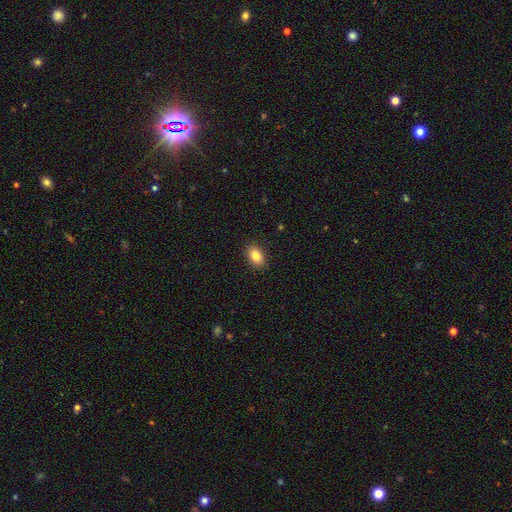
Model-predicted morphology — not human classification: A smooth galaxy with no disk features (85%) that is in between round and cigar-shaped (85%).

Vote fractions:
- Smooth or featured? smooth: 85% / star or artifact: 8% / featured or disk: 6%
- How rounded? in between: 85% / round: 13% / cigar-shaped: 1%
- Merging? none: 89% / minor disturbance: 8% / major disturbance: 2% / merger: 1%